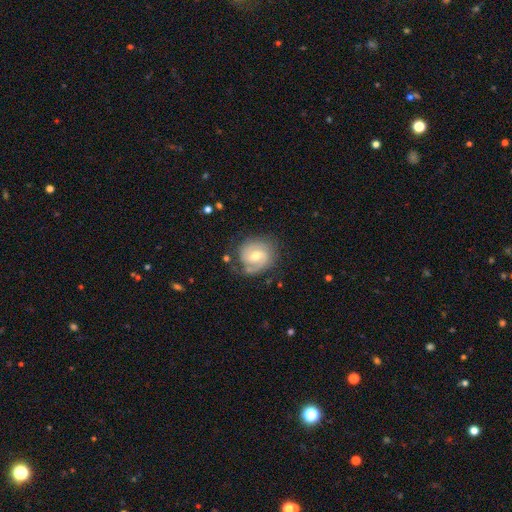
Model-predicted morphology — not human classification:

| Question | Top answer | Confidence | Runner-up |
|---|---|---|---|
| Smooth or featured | featured or disk | 79% | smooth (15%) |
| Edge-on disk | no | 98% | yes (2%) |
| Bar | weak | 51% | no (38%) |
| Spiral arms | yes | 93% | no (7%) |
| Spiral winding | tight | 45% | medium (41%) |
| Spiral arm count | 2 | 71% | can't tell (11%) |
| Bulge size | moderate | 63% | small (31%) |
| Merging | none | 71% | minor disturbance (19%) |